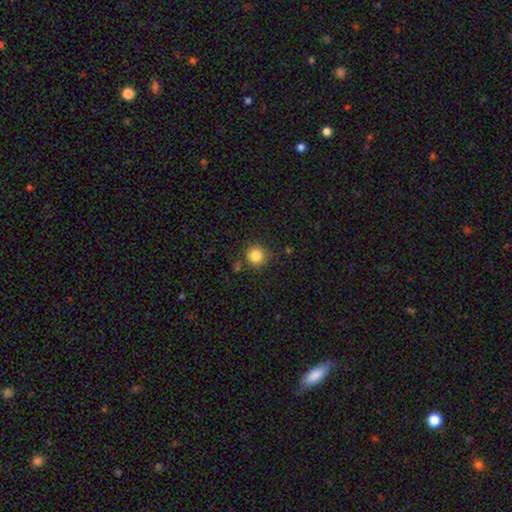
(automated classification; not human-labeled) Overall: smooth (84%). How rounded: round (93%). Merging: none (84%).